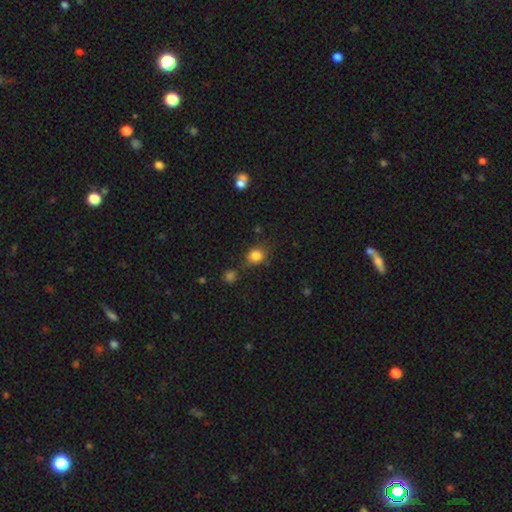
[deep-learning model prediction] Smooth or featured: smooth — 82% (star or artifact — 12%)
How rounded: round — 64% (in between — 35%)
Merging: none — 71% (minor disturbance — 17%)